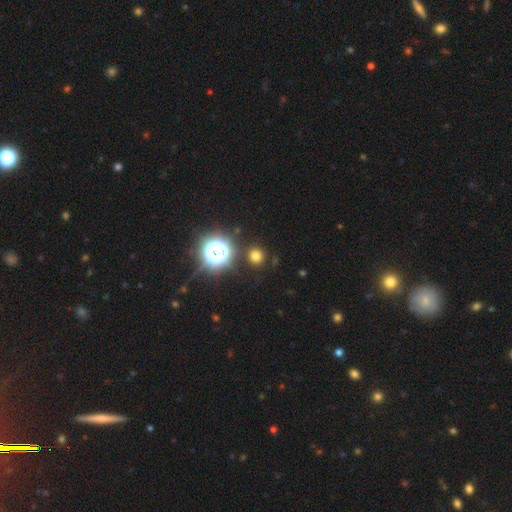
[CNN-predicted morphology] A smooth galaxy with no disk features (71%) that is round (93%). Merging: none (89%).